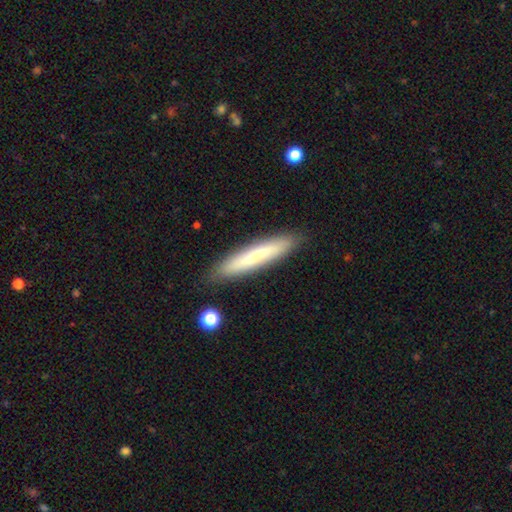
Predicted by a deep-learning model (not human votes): Smooth or featured? smooth (70%)
How rounded? cigar-shaped (91%)
Merging? none (87%)